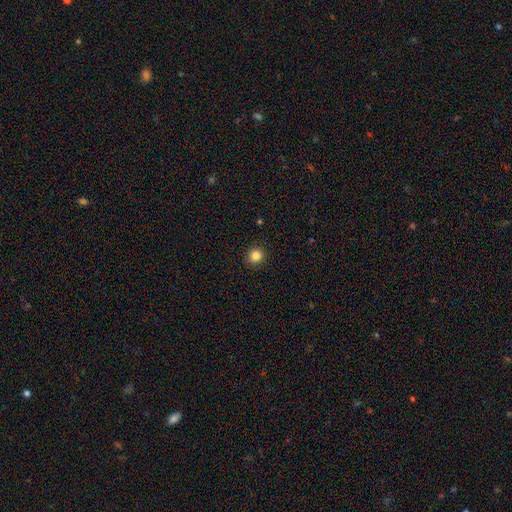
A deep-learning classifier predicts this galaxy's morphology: Smooth or featured? smooth (84%)
How rounded? round (90%)
Merging? none (91%)